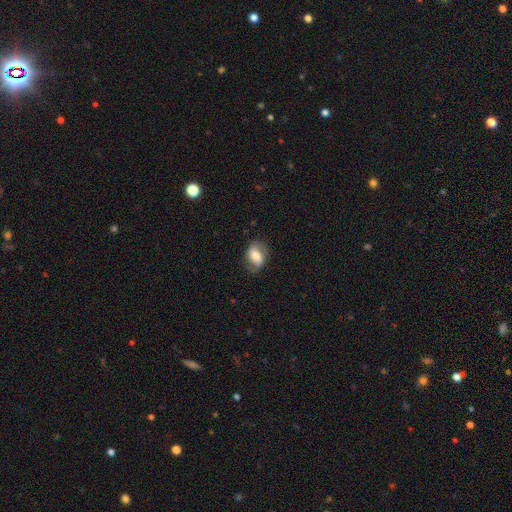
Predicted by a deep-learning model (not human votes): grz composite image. It shows a smooth galaxy with no disk features (56%) that is in between round and cigar-shaped (80%). Merging: none (71%).